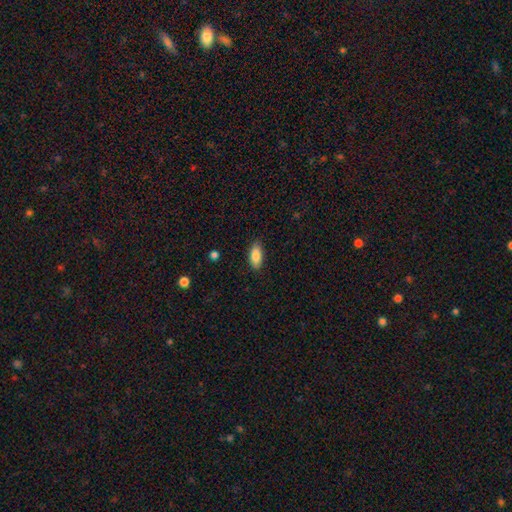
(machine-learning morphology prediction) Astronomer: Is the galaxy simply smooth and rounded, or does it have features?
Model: smooth — 86%.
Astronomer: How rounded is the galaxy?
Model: in between — 85%.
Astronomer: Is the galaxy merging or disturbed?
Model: none — 86%.